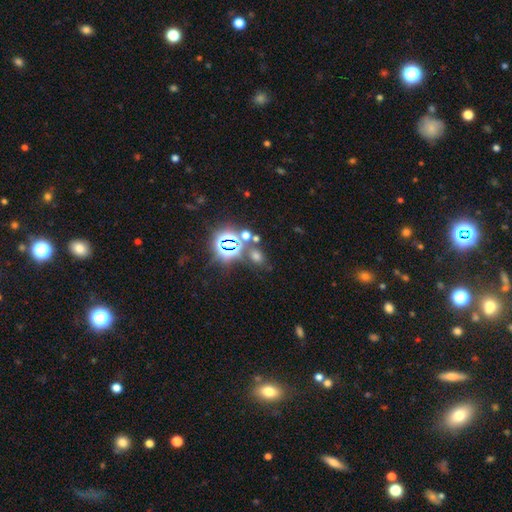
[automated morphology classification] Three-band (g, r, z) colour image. It shows a star or artifact, not a galaxy (47%).